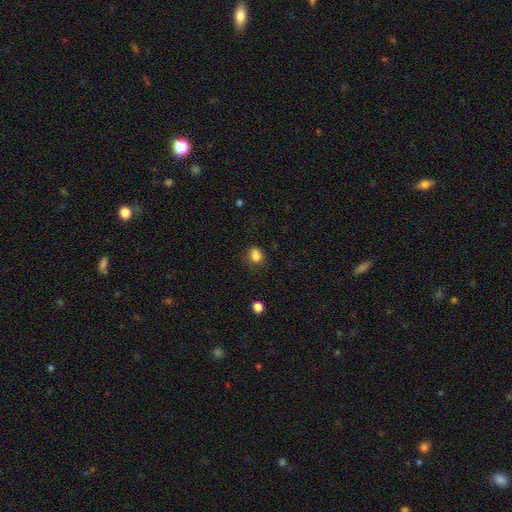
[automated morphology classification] type=smooth (81%); roundness=round (61%); merging=none (61%).